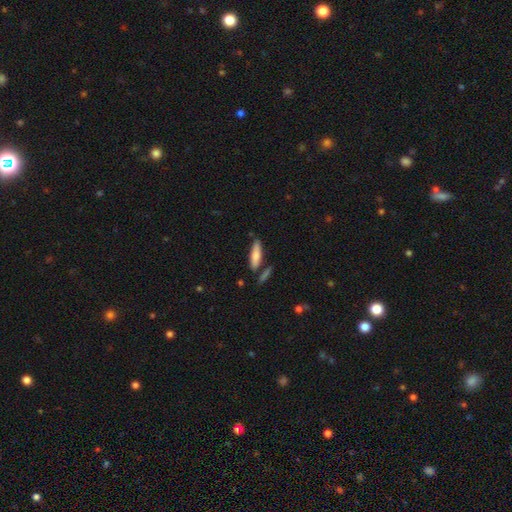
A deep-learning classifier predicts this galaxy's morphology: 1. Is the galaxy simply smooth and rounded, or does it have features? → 71% smooth, 23% featured or disk, 6% star or artifact.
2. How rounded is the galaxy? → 63% cigar-shaped, 35% in between, 2% round.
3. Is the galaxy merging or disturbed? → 76% none, 13% minor disturbance, 8% merger, 3% major disturbance.